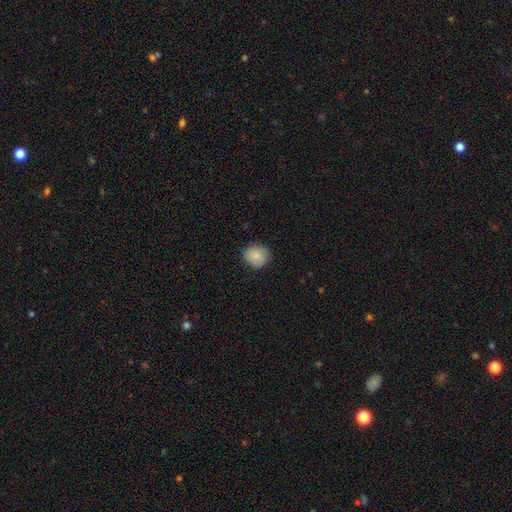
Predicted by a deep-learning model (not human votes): Q: Smooth or featured?
A: smooth (86%); runner-up: star or artifact (8%)
Q: How rounded?
A: round (84%); runner-up: in between (15%)
Q: Merging?
A: none (81%); runner-up: minor disturbance (15%)